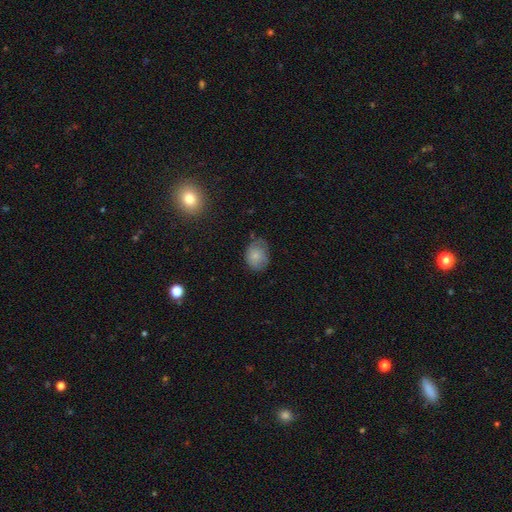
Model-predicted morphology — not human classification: type=smooth (78%); roundness=in between (52%); merging=none (57%).